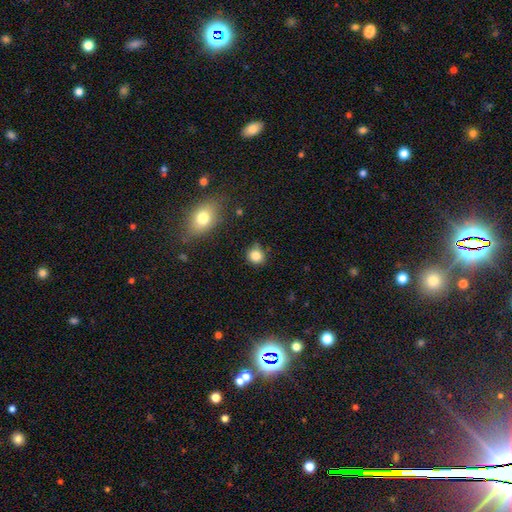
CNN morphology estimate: Smooth or featured? smooth (84%)
How rounded? round (82%)
Merging? none (74%)